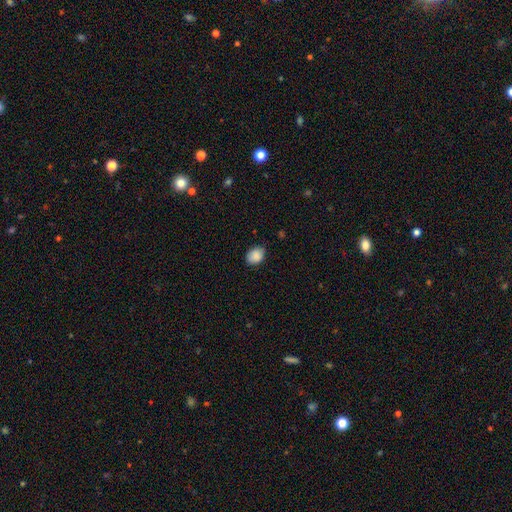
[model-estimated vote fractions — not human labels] smooth 88%, star or artifact 8%, featured or disk 5%. Down the decision tree: how rounded — in between (63%); merging — none (76%).